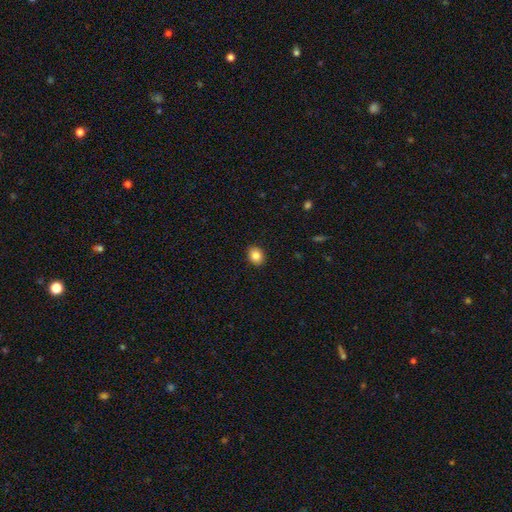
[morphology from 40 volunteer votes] smooth_or_featured: smooth (p=0.88) [alt: star or artifact p=0.10]
how_rounded: round (p=0.71) [alt: in between p=0.29]
merging: none (p=0.94) [alt: minor disturbance p=0.06]